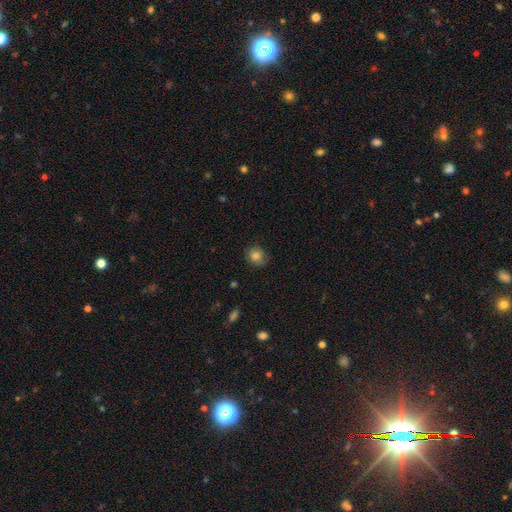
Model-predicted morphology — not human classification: Smooth or featured? smooth (83%)
How rounded? round (70%)
Merging? none (80%)